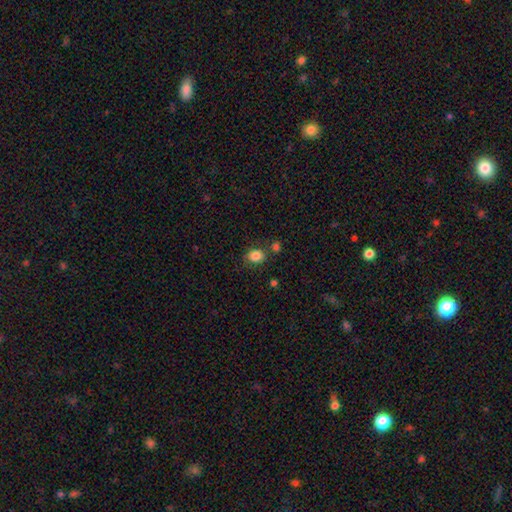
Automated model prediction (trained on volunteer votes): Smooth or featured: smooth — 84% (star or artifact — 10%)
How rounded: in between — 52% (round — 47%)
Merging: none — 71% (minor disturbance — 14%)